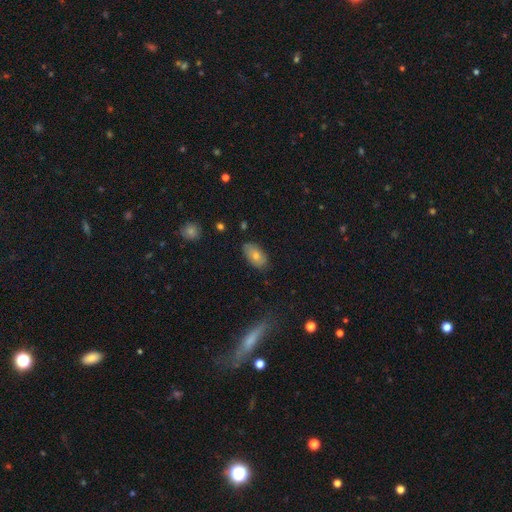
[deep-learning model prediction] smooth-or-featured: smooth: 74% | featured or disk: 17% | star or artifact: 9%
  how-rounded: in between: 92% | round: 5% | cigar-shaped: 3%
  merging: none: 79% | minor disturbance: 16% | major disturbance: 3% | merger: 2%